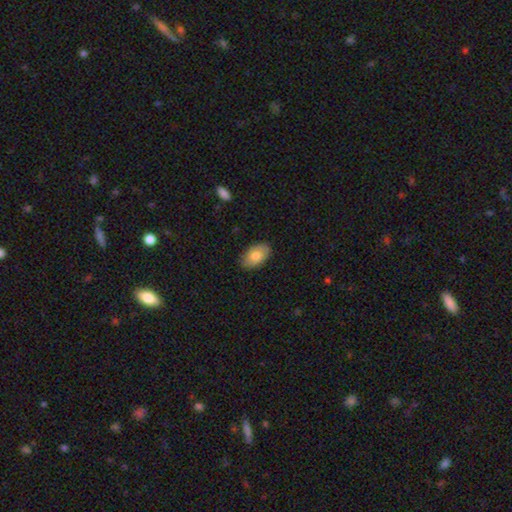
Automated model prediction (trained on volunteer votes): smooth 78%, featured or disk 16%, star or artifact 6%. Down the decision tree: how rounded — in between (93%); merging — none (84%).